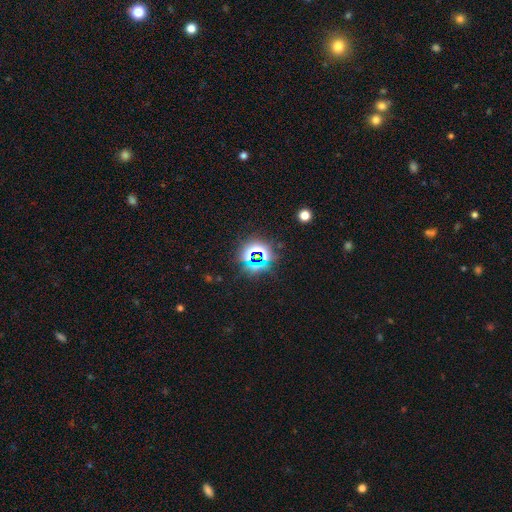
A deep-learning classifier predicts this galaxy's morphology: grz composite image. It shows a star or artifact, not a galaxy (77%).